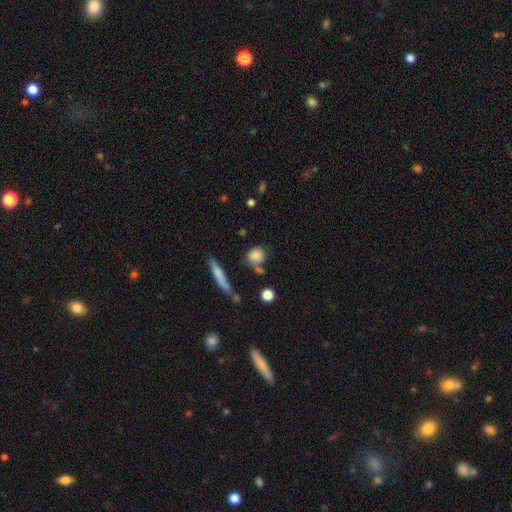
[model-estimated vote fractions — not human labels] Overall: smooth (81%). How rounded: round (64%; in between 28%). Merging: none (56%; minor disturbance 20%).